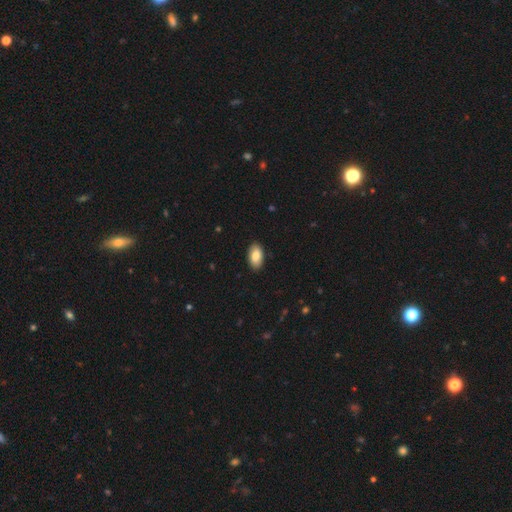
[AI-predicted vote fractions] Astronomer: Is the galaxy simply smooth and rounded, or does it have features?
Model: smooth — 86%.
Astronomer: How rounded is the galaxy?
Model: in between — 95%.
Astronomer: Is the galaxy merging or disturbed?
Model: none — 90%.